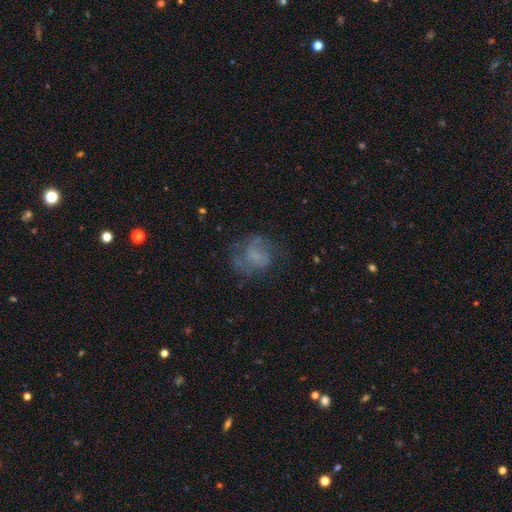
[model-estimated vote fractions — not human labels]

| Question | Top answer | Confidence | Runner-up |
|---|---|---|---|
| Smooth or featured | featured or disk | 44% | smooth (42%) |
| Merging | none | 52% | major disturbance (25%) |